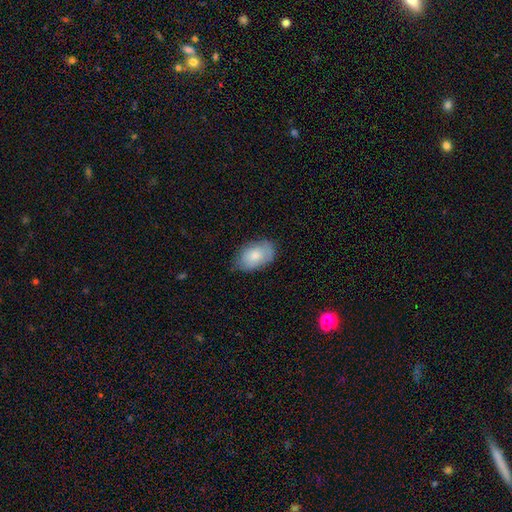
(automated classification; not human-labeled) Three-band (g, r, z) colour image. It shows a smooth galaxy with no disk features (80%) that is in between round and cigar-shaped (91%). Merging: none (71%).